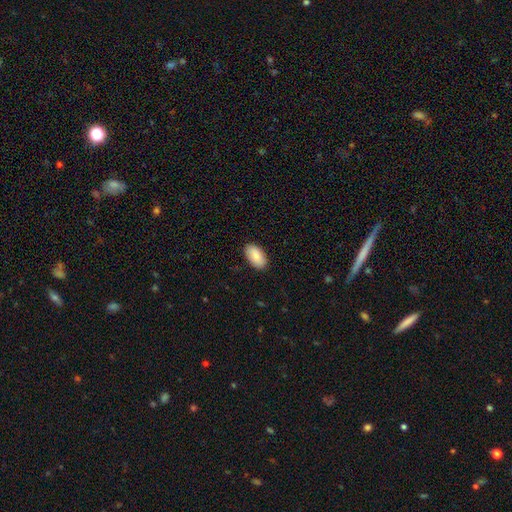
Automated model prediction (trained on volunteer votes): A smooth galaxy with no disk features (88%) that is in between round and cigar-shaped (96%).

Vote fractions:
- Smooth or featured? smooth: 88% / star or artifact: 6% / featured or disk: 6%
- How rounded? in between: 96% / round: 3% / cigar-shaped: 2%
- Merging? none: 89% / minor disturbance: 8% / major disturbance: 2% / merger: 1%